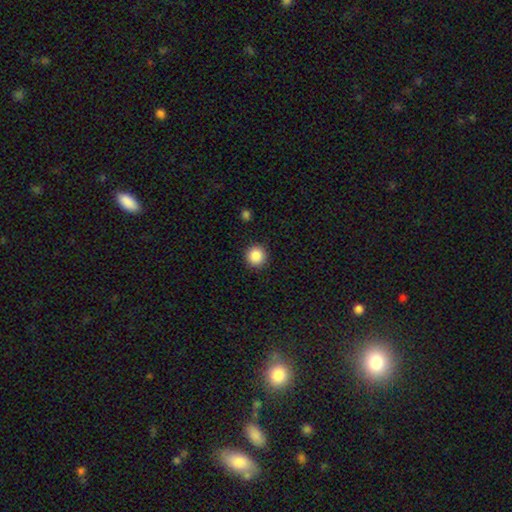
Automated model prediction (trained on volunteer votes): A smooth galaxy with no disk features (88%) that is round (94%). Merging: none (92%).